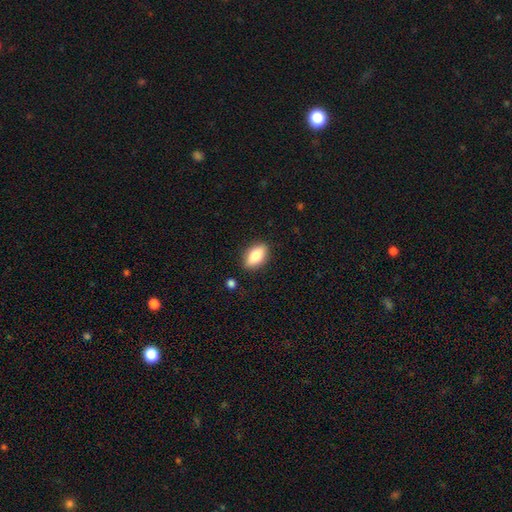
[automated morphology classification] Overall: smooth (79%). How rounded: in between (88%). Merging: none (87%).